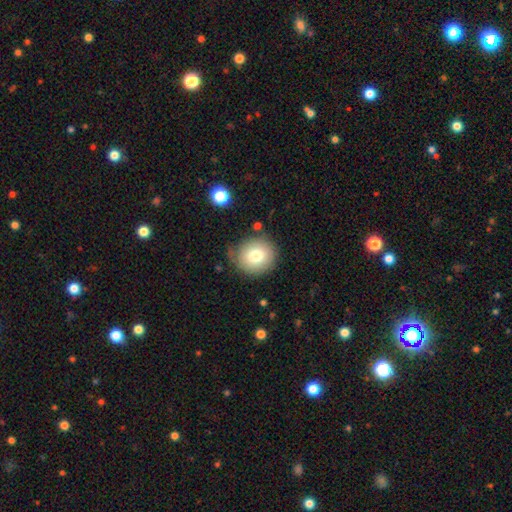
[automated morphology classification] type=smooth (78%); roundness=round (88%); merging=none (77%).